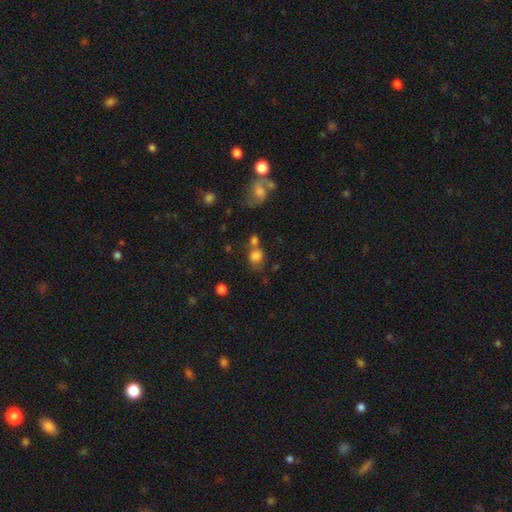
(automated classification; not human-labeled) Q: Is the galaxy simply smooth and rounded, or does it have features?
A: smooth — 80%.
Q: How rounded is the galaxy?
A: round — 75%.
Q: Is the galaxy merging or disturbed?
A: none — 51%.